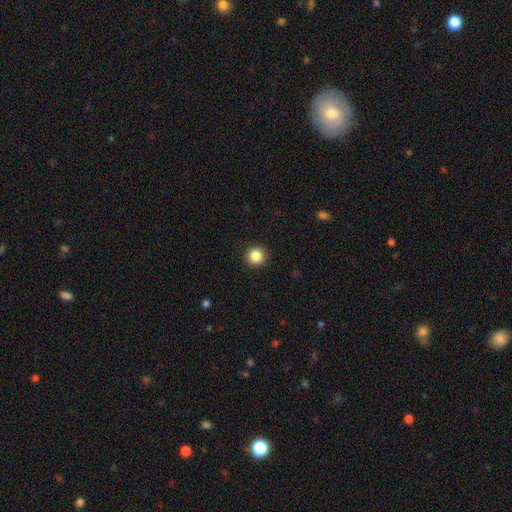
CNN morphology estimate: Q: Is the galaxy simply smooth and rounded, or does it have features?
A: smooth — 86%.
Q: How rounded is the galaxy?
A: round — 93%.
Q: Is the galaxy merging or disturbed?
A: none — 92%.